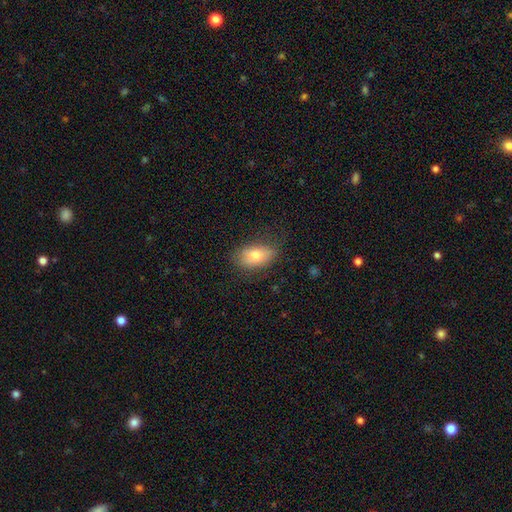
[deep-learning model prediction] Smooth or featured: smooth — 74% (featured or disk — 18%)
How rounded: in between — 88% (round — 9%)
Merging: none — 72% (minor disturbance — 21%)